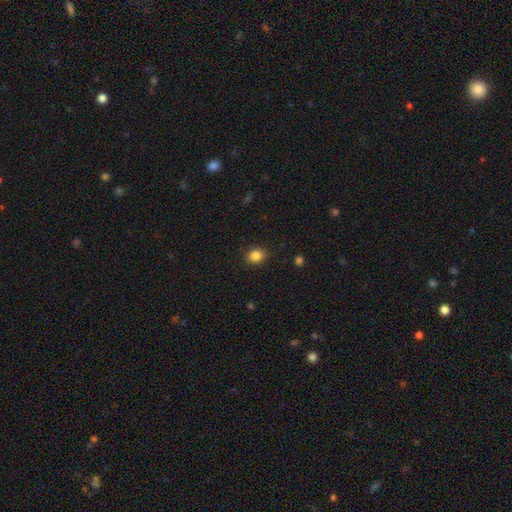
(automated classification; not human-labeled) A smooth galaxy with no disk features (85%) that is round (59%). Merging: none (88%).